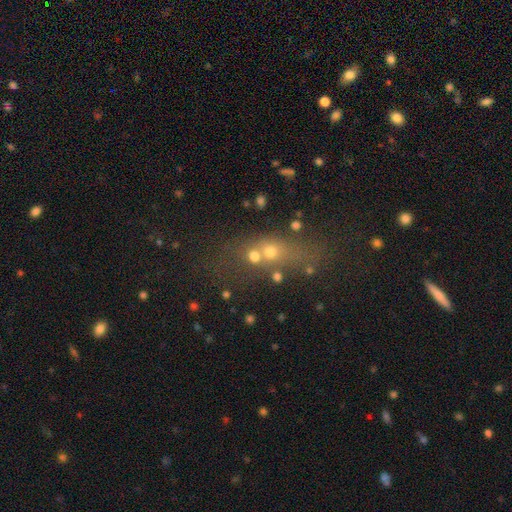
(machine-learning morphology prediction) A smooth galaxy with no disk features (49%). Merging: merger (45%).